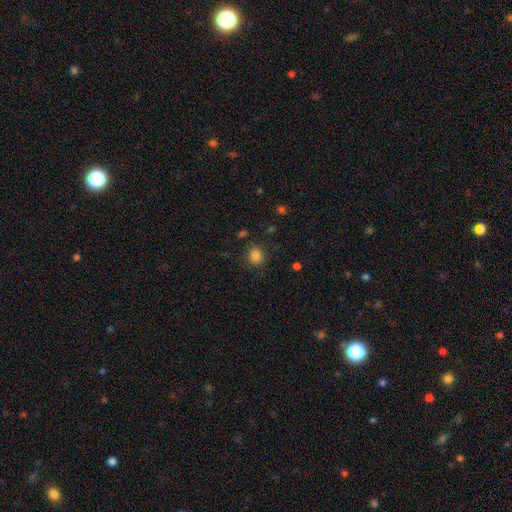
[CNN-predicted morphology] Smooth or featured? Predicted: smooth (p=0.83). How rounded? Predicted: round (p=0.81). Merging? Predicted: none (p=0.81).